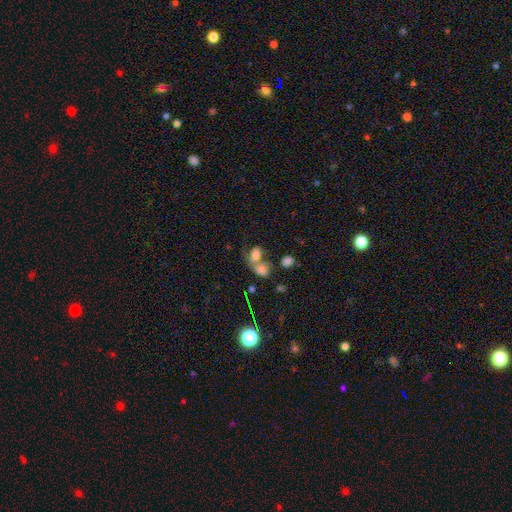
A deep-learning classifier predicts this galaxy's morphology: This is likely a smooth galaxy (66%). How rounded: likely in between (62%). Merging: possibly merger (57%).